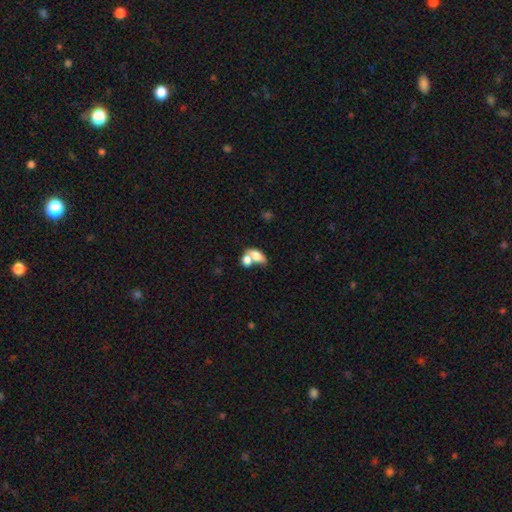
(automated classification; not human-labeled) The model was most divided on "merging": merger: 59%, none: 26%, minor disturbance: 9%, major disturbance: 6%. More confident: how rounded — in between (83%); smooth or featured — smooth (73%).